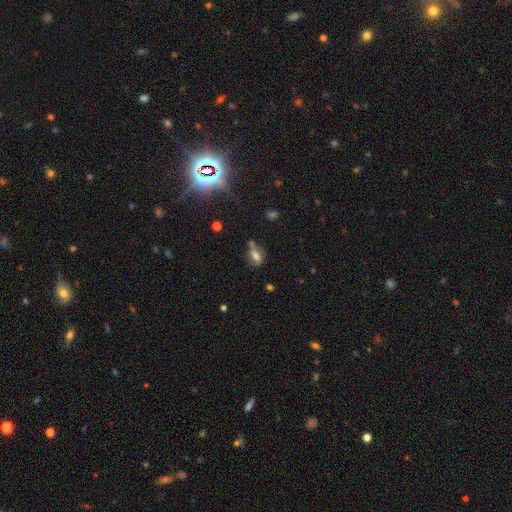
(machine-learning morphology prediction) This appears to be a smooth galaxy with no disk features (64%) that is in between round and cigar-shaped (75%). Merging: none (48%).